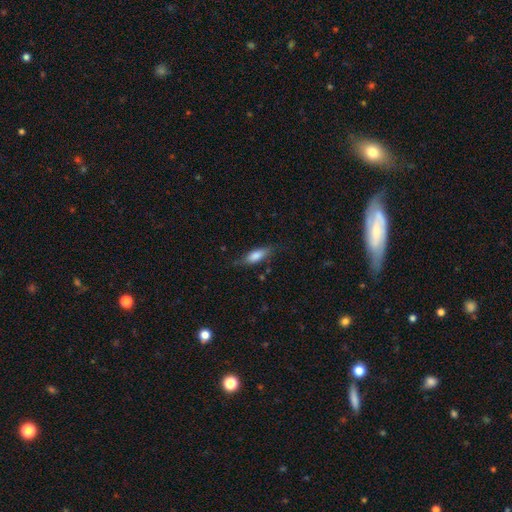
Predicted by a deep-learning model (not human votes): smooth 75%, featured or disk 18%, star or artifact 7%. Down the decision tree: how rounded — in between (62%); merging — none (71%).